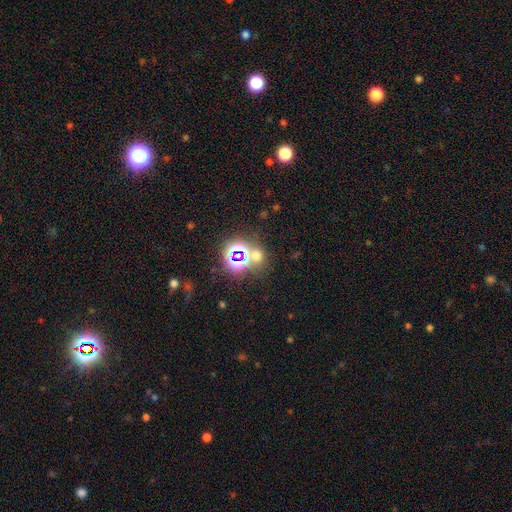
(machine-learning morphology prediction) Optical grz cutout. It shows a star or artifact, not a galaxy (48%).